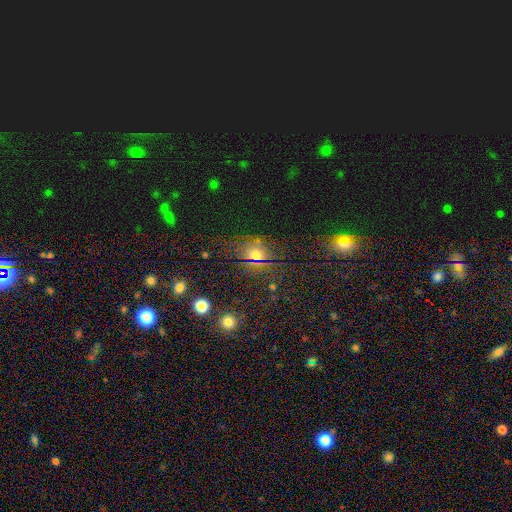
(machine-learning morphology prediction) This is possibly a smooth galaxy (49%). Merging: likely none (76%).